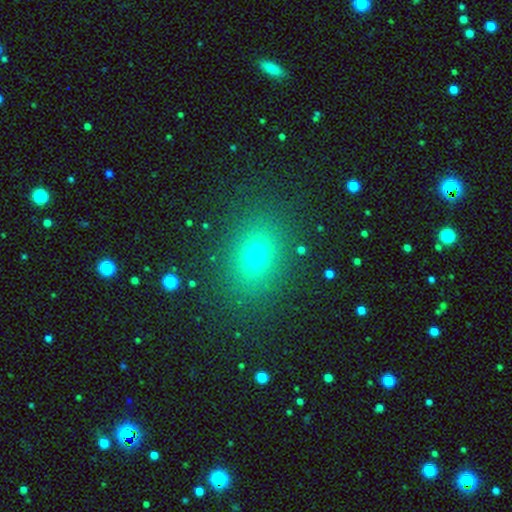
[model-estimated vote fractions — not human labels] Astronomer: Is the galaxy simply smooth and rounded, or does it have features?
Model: smooth — 67%.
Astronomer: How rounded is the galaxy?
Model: in between — 64%.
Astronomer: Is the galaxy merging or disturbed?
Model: none — 85%.